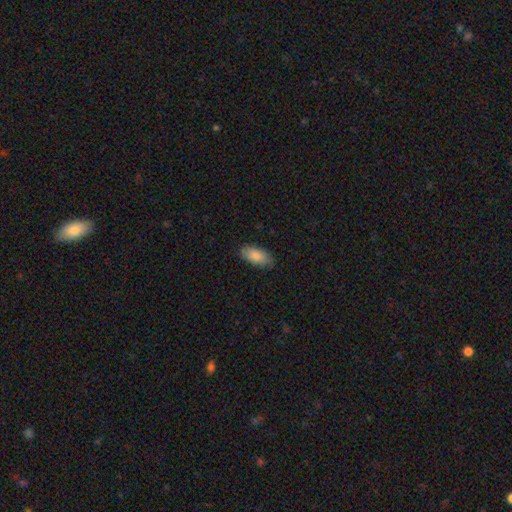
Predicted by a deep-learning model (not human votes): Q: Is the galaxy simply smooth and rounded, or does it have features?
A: smooth — 86%.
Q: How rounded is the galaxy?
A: in between — 91%.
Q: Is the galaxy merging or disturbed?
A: none — 83%.